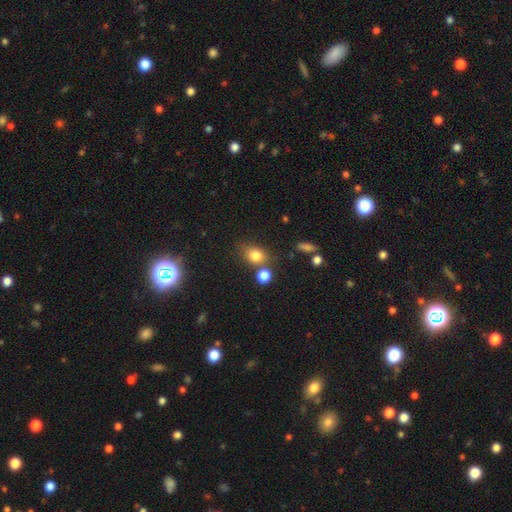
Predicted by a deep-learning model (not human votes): Smooth or featured? Predicted: smooth (p=0.79). How rounded? Predicted: in between (p=0.55). Merging? Predicted: none (p=0.63).